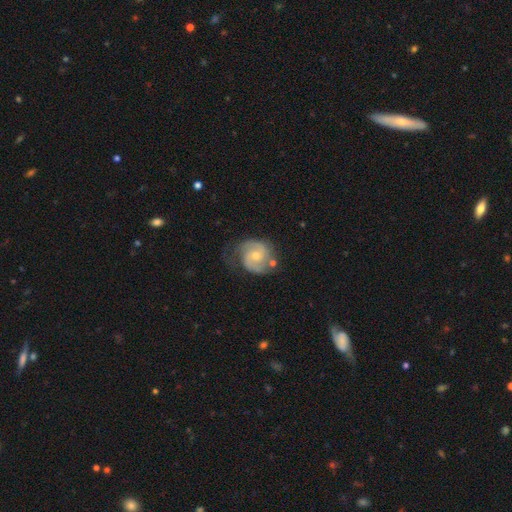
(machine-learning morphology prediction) Smooth or featured? Predicted: featured or disk (p=0.76). Edge-on disk? Predicted: no (p=0.98). Bar? Predicted: no (p=0.63). Spiral arms? Predicted: yes (p=0.93). Spiral winding? Predicted: medium (p=0.46). Spiral arm count? Predicted: 2 (p=0.78). Bulge size? Predicted: moderate (p=0.49). Merging? Predicted: none (p=0.54).